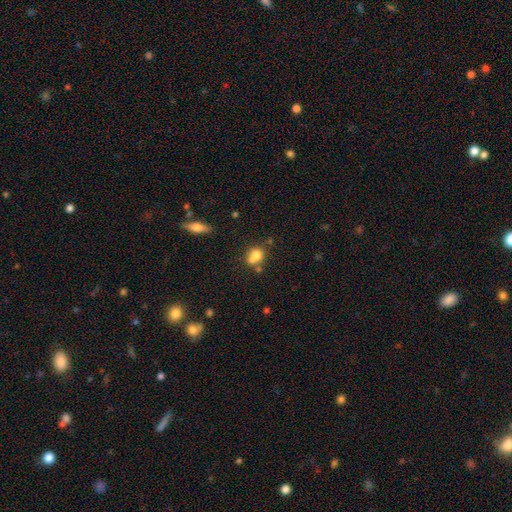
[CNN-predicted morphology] Smooth or featured? smooth (74%)
How rounded? round (62%)
Merging? merger (41%)